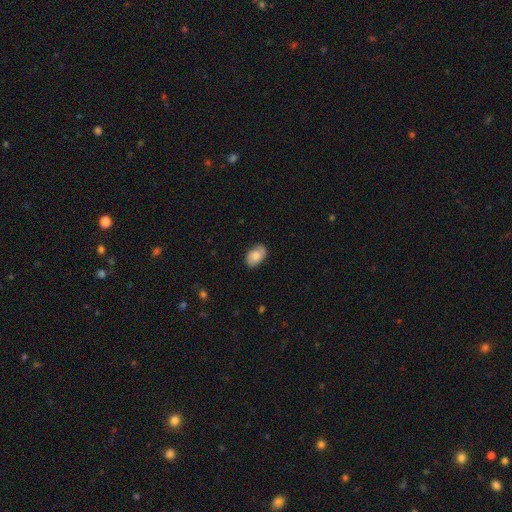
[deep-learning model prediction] Smooth or featured?
  - smooth: 65% *
  - featured or disk: 27%
  - star or artifact: 8%
How rounded?
  - in between: 87% *
  - round: 12%
  - cigar-shaped: 1%
Merging?
  - none: 77% *
  - minor disturbance: 18%
  - major disturbance: 4%
  - merger: 1%